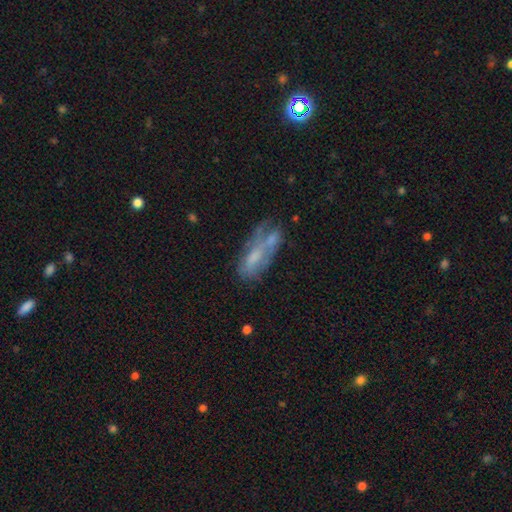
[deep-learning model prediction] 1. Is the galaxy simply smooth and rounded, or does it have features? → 46% smooth, 45% featured or disk, 9% star or artifact.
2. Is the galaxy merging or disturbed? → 33% none, 23% merger, 23% minor disturbance, 21% major disturbance.